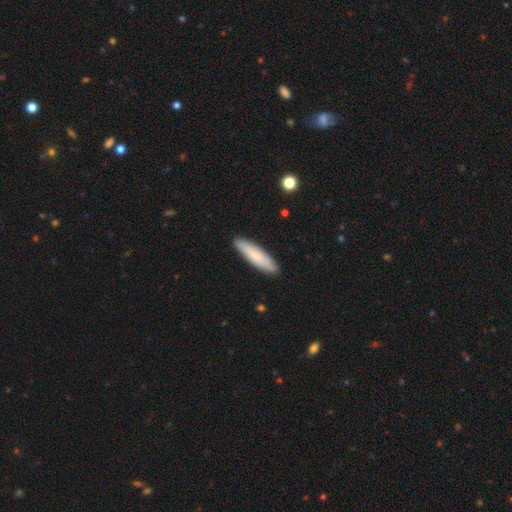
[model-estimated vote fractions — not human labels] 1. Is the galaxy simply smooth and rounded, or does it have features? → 73% smooth, 22% featured or disk, 5% star or artifact.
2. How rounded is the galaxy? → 73% cigar-shaped, 26% in between, 2% round.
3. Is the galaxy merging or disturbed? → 88% none, 9% minor disturbance, 2% major disturbance, 1% merger.